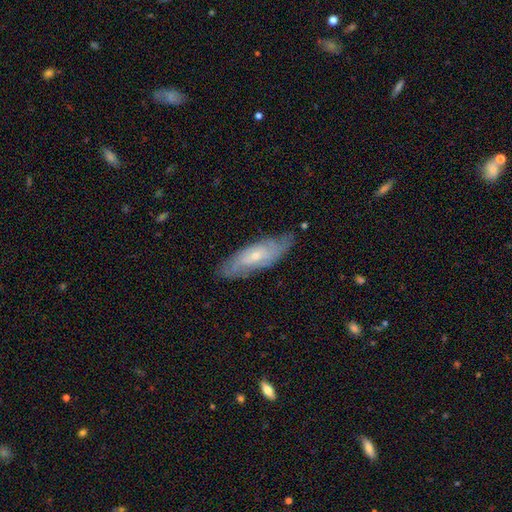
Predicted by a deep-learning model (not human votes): Q: Smooth or featured?
A: featured or disk (62%); runner-up: smooth (31%)
Q: Edge-on disk?
A: no (79%); runner-up: yes (21%)
Q: Merging?
A: none (75%); runner-up: minor disturbance (19%)